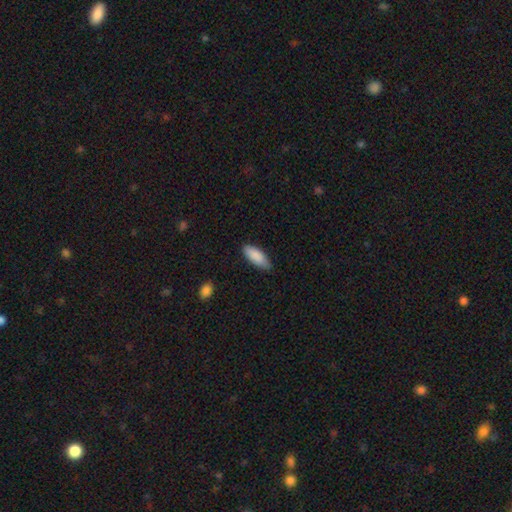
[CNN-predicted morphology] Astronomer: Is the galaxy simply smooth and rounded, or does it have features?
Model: smooth — 89%.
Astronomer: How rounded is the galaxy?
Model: in between — 74%.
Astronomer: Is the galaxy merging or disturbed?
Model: none — 78%.